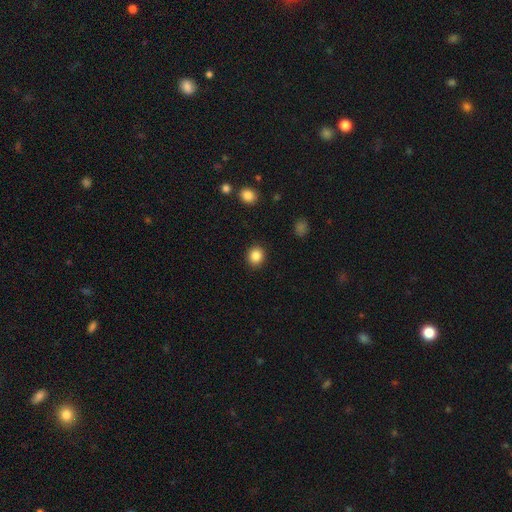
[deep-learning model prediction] Smooth or featured? smooth (86%)
How rounded? round (81%)
Merging? none (91%)